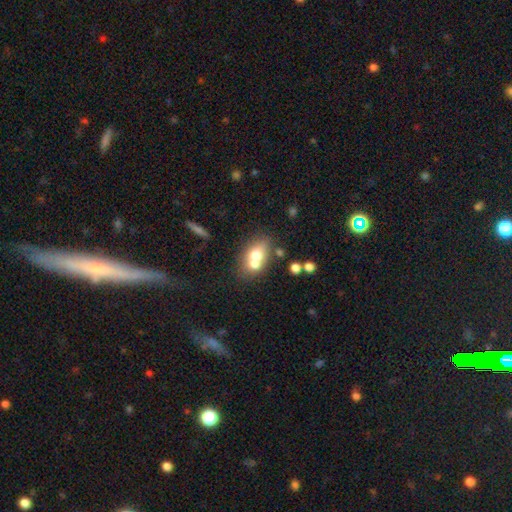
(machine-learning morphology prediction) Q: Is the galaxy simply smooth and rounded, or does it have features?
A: smooth — 66%.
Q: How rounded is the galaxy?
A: in between — 71%.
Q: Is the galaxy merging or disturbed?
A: merger — 51%.